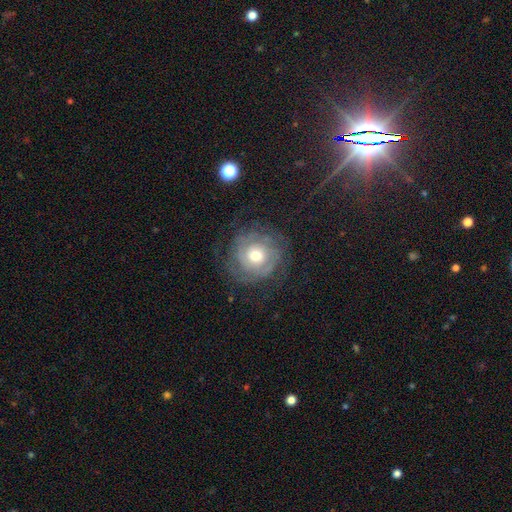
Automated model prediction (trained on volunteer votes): A featured or disk galaxy (69%) with no bar (80%), tight (67%) spiral arms (84%) and a moderate central bulge (69%).

Vote fractions:
- Smooth or featured? featured or disk: 69% / smooth: 23% / star or artifact: 9%
- Edge-on disk? no: 97% / yes: 3%
- Bar? no: 80% / weak: 16% / strong: 3%
- Spiral arms? yes: 84% / no: 16%
- Spiral winding? tight: 67% / medium: 24% / loose: 9%
- Spiral arm count? can't tell: 48% / 2: 21% / 3: 14% / 4: 7% / 1: 6% / more than 4: 5%
- Bulge size? moderate: 69% / small: 18% / large: 11% / dominant: 1% / none: 1%
- Merging? none: 72% / minor disturbance: 15% / major disturbance: 11% / merger: 1%